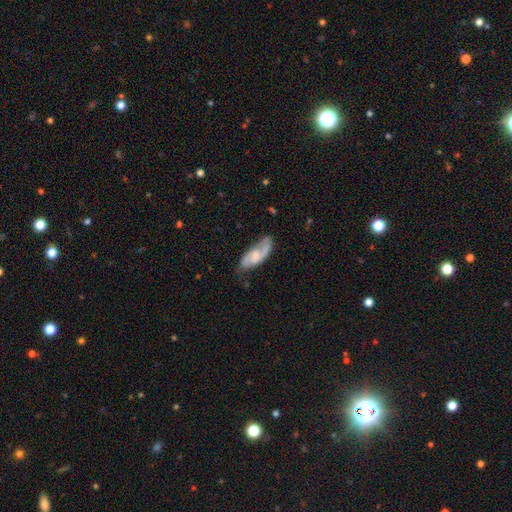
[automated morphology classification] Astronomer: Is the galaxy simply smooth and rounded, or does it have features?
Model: featured or disk — 68%.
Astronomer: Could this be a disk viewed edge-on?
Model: no — 92%.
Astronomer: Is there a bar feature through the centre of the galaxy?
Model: no — 48% (runner-up: weak, 41%).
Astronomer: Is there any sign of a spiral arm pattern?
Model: yes — 92%.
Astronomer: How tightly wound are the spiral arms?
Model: medium — 46% (runner-up: loose, 32%).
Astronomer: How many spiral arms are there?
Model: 2 — 77%.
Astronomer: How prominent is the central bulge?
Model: none — 38% (runner-up: small, 26%).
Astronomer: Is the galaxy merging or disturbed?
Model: none — 65%.